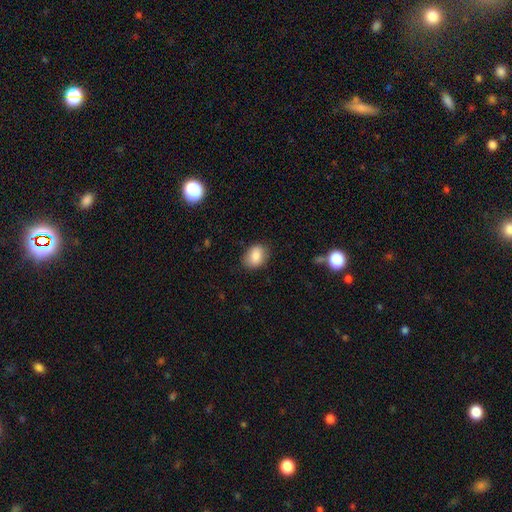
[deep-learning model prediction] smooth_or_featured: smooth (p=0.84) [alt: star or artifact p=0.08]
how_rounded: in between (p=0.69) [alt: round p=0.30]
merging: none (p=0.82) [alt: minor disturbance p=0.14]